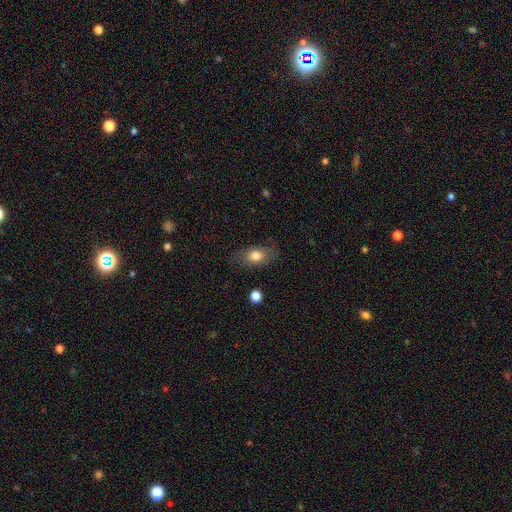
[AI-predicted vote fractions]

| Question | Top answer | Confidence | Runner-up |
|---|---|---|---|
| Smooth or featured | smooth | 72% | featured or disk (21%) |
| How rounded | in between | 84% | round (13%) |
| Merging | none | 71% | minor disturbance (20%) |